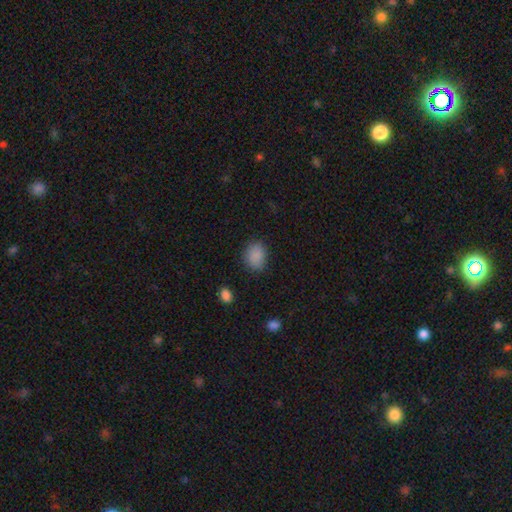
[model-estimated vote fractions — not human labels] This is clearly a smooth galaxy (86%). How rounded: possibly in between (51%). Merging: likely none (79%).